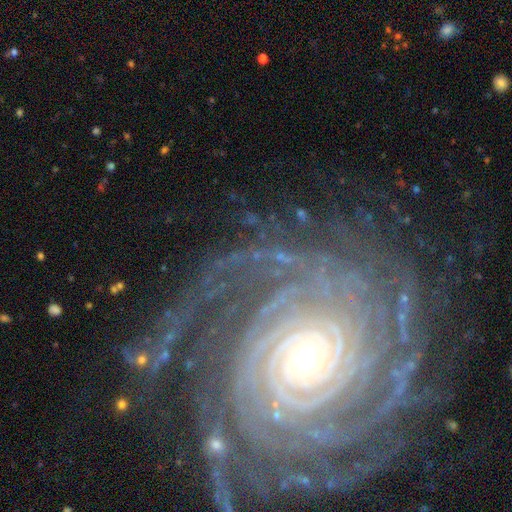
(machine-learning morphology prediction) This appears to be a featured or disk galaxy (91%) with no bar (70%), more than 4 (37%) tight (87%) spiral arms (99%) and a small central bulge (66%). Merging: none (78%).